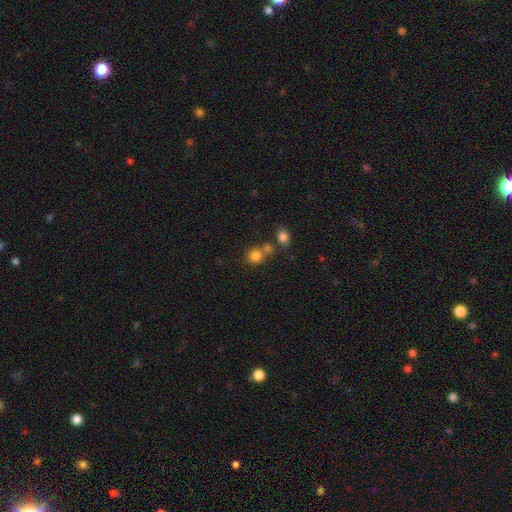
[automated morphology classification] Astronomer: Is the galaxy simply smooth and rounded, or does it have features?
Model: smooth — 81%.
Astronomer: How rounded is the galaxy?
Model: round — 84%.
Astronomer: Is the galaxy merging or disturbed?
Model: none — 59%.